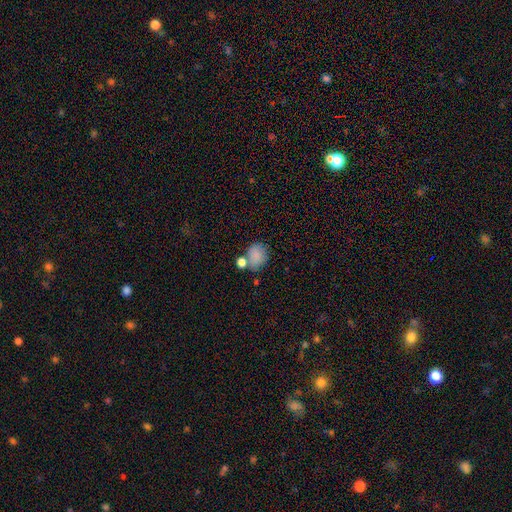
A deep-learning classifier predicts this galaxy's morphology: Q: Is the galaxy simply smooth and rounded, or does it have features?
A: smooth — 83%.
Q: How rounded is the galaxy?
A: round — 60%.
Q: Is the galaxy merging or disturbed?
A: none — 56%.